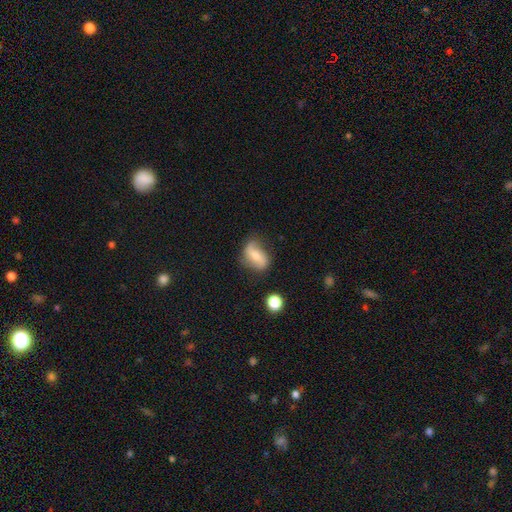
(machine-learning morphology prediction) smooth_or_featured: featured or disk (p=0.57) [alt: smooth p=0.35]
disk_edge_on: no (p=0.92) [alt: yes p=0.08]
bar: strong (p=0.37) [alt: weak p=0.31]
has_spiral_arms: yes (p=0.81) [alt: no p=0.19]
bulge_size: small (p=0.46) [alt: moderate p=0.45]
merging: none (p=0.63) [alt: minor disturbance p=0.25]